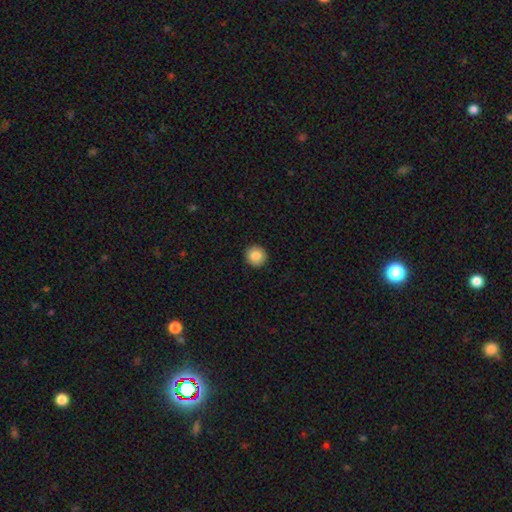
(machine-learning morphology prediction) Smooth or featured? smooth (85%)
How rounded? round (95%)
Merging? none (93%)